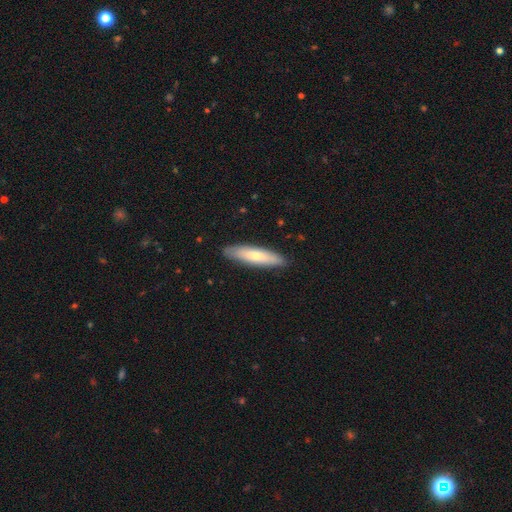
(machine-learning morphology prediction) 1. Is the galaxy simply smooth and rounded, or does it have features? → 62% smooth, 33% featured or disk, 6% star or artifact.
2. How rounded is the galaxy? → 73% cigar-shaped, 25% in between, 2% round.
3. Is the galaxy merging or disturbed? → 89% none, 8% minor disturbance, 2% major disturbance, 1% merger.